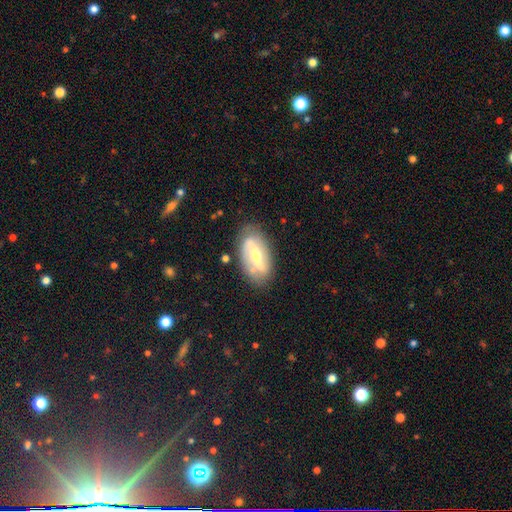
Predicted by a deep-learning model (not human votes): This is likely a featured or disk galaxy (77%). It is clearly not viewed edge-on (89%). Bar: possibly strong (58%). Spiral arm pattern: clearly yes (81%). Spiral arm count: clearly 2 (85%). Spiral winding: marginally loose (39%). Central bulge: likely moderate (61%). Merging: likely none (80%).